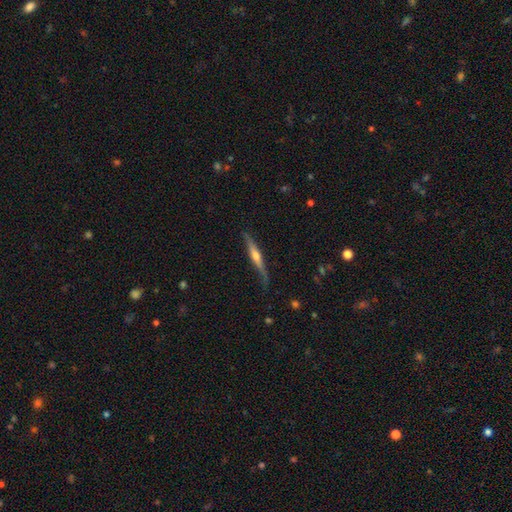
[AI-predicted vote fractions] Smooth or featured? Predicted: featured or disk (p=0.65). Edge-on disk? Predicted: yes (p=0.96). Edge-on bulge? Predicted: rounded (p=0.82). Merging? Predicted: none (p=0.74).